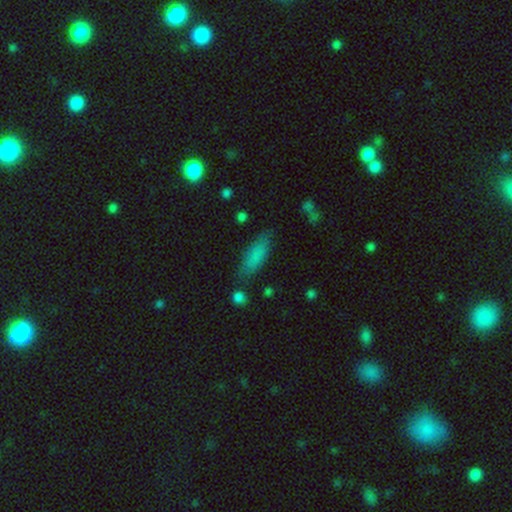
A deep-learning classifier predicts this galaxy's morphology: Overall: smooth (82%). How rounded: in between (56%; cigar-shaped 42%). Merging: none (77%).